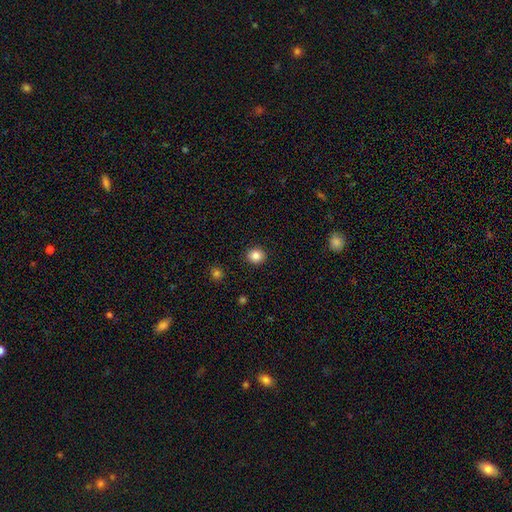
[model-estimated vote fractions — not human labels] A smooth galaxy with no disk features (85%) that is round (81%).

Vote fractions:
- Smooth or featured? smooth: 85% / star or artifact: 10% / featured or disk: 5%
- How rounded? round: 81% / in between: 19% / cigar-shaped: 1%
- Merging? none: 91% / minor disturbance: 6% / major disturbance: 2% / merger: 1%